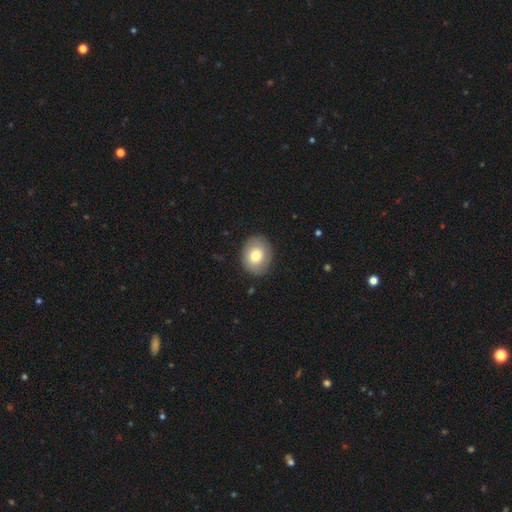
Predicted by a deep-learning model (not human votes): Smooth or featured?
  - smooth: 76% *
  - featured or disk: 16%
  - star or artifact: 7%
How rounded?
  - round: 50% *
  - in between: 49%
  - cigar-shaped: 1%
Merging?
  - none: 86% *
  - minor disturbance: 11%
  - major disturbance: 3%
  - merger: 1%